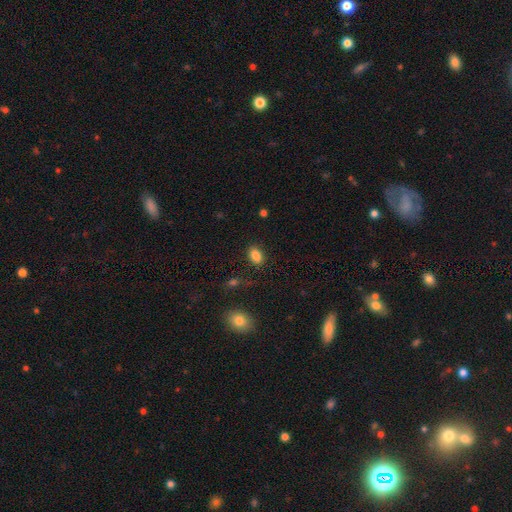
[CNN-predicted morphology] Smooth or featured: smooth — 85% (star or artifact — 9%)
How rounded: in between — 83% (round — 15%)
Merging: none — 85% (minor disturbance — 10%)